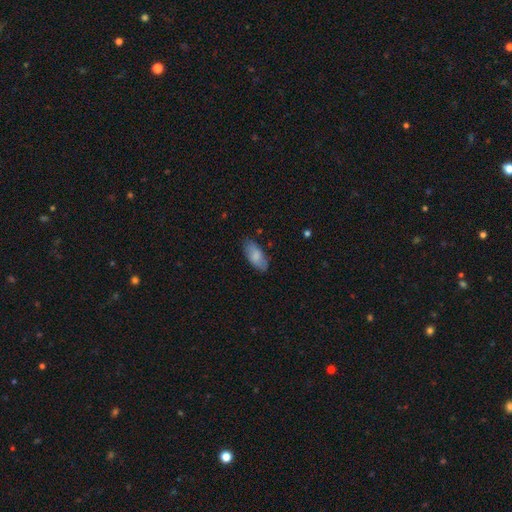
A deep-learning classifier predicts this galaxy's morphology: This appears to be a smooth galaxy with no disk features (80%) that is in between round and cigar-shaped (90%). Merging: none (76%).